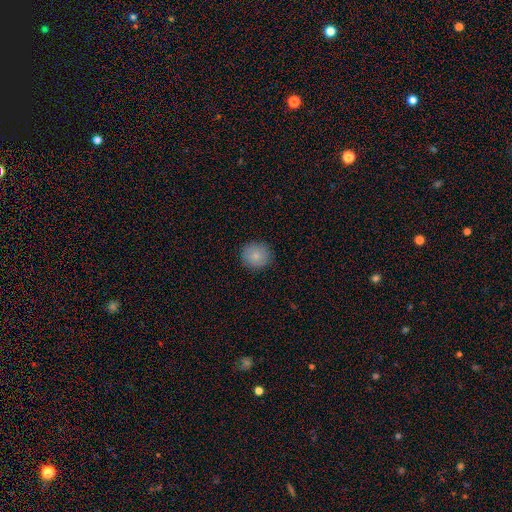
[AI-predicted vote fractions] smooth-or-featured: smooth: 83% | featured or disk: 9% | star or artifact: 8%
  how-rounded: round: 88% | in between: 11% | cigar-shaped: 1%
  merging: none: 88% | minor disturbance: 9% | major disturbance: 2% | merger: 1%